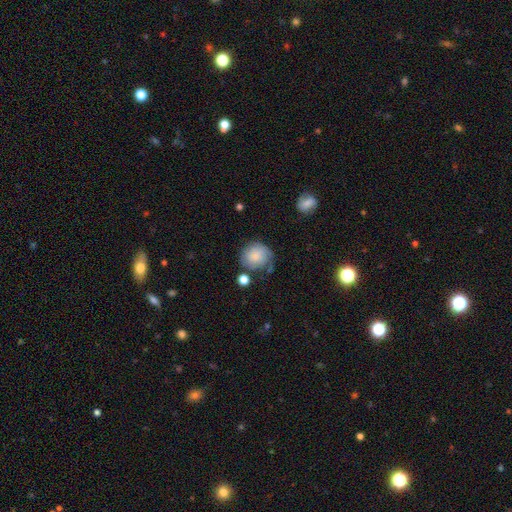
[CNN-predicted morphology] Smooth or featured?
  - smooth: 73% *
  - featured or disk: 19%
  - star or artifact: 8%
How rounded?
  - round: 83% *
  - in between: 16%
  - cigar-shaped: 1%
Merging?
  - none: 49% *
  - minor disturbance: 29%
  - major disturbance: 15%
  - merger: 7%